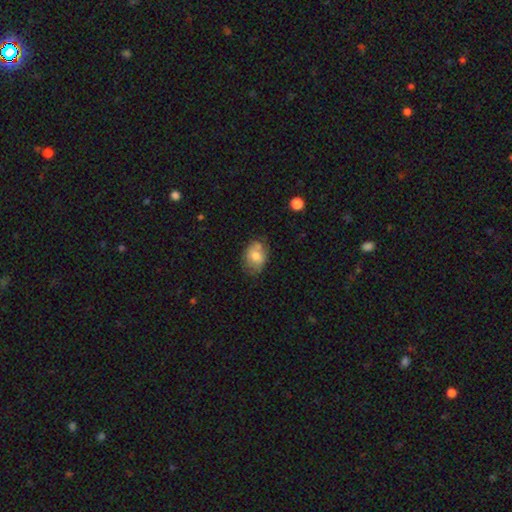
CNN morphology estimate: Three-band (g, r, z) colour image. It shows a smooth galaxy with no disk features (74%) that is in between round and cigar-shaped (70%). Merging: none (60%).